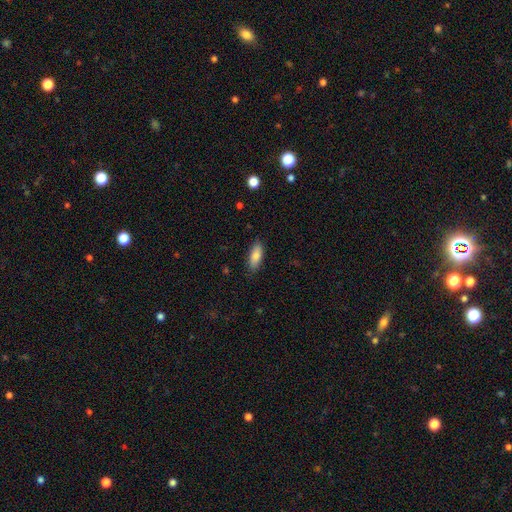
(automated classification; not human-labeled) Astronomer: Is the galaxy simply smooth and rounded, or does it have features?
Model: smooth — 83%.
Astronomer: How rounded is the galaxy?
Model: in between — 74%.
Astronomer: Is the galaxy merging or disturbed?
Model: none — 85%.